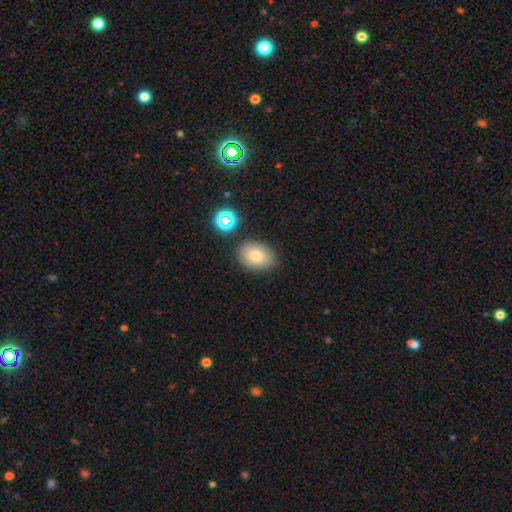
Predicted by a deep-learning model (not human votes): Smooth or featured? smooth (79%)
How rounded? in between (67%)
Merging? none (81%)